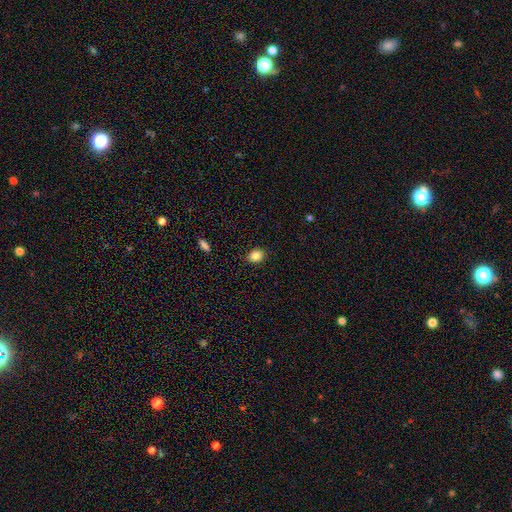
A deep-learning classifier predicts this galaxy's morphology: This appears to be a smooth galaxy with no disk features (84%) that is round (54%). Merging: none (89%).